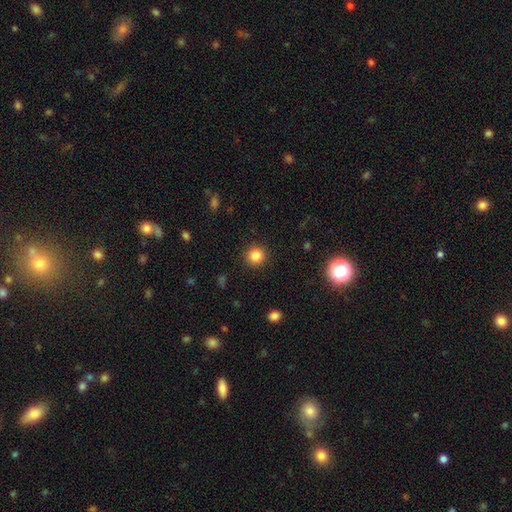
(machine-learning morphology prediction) A smooth galaxy with no disk features (84%) that is round (93%).

Vote fractions:
- Smooth or featured? smooth: 84% / star or artifact: 12% / featured or disk: 4%
- How rounded? round: 93% / in between: 6% / cigar-shaped: 1%
- Merging? none: 91% / minor disturbance: 5% / major disturbance: 2% / merger: 1%